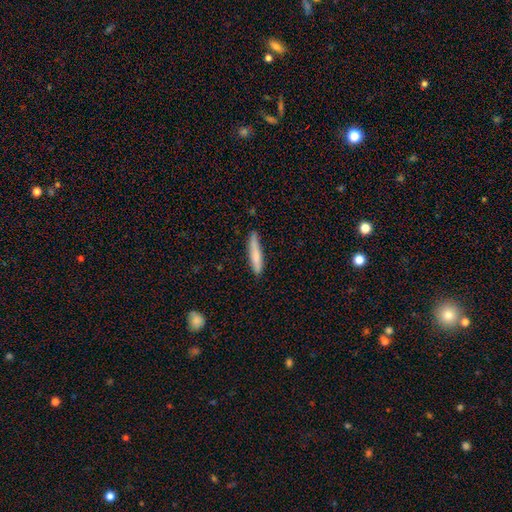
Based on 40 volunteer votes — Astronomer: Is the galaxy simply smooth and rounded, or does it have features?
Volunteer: smooth — 78%.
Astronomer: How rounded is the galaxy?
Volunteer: cigar-shaped — 100%.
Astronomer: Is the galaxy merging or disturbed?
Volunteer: none — 76%.